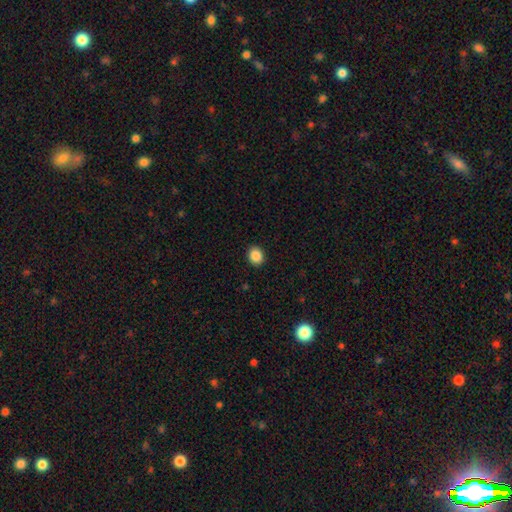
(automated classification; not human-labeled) smooth-or-featured: smooth: 88% | star or artifact: 9% | featured or disk: 4%
  how-rounded: round: 59% | in between: 40% | cigar-shaped: 1%
  merging: none: 91% | minor disturbance: 6% | major disturbance: 2% | merger: 1%